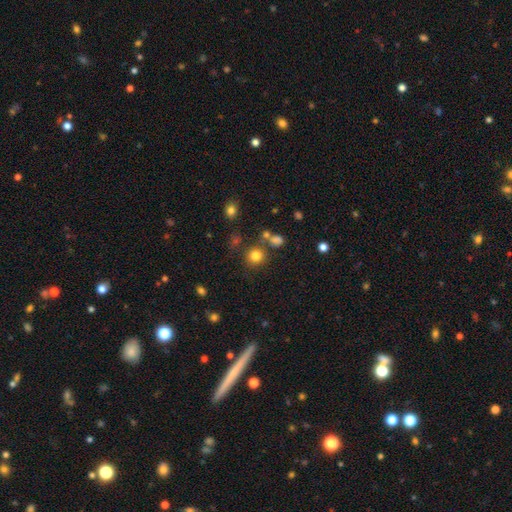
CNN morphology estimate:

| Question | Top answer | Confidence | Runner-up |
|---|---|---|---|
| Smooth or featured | smooth | 80% | star or artifact (14%) |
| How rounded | round | 89% | in between (10%) |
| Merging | none | 78% | merger (9%) |